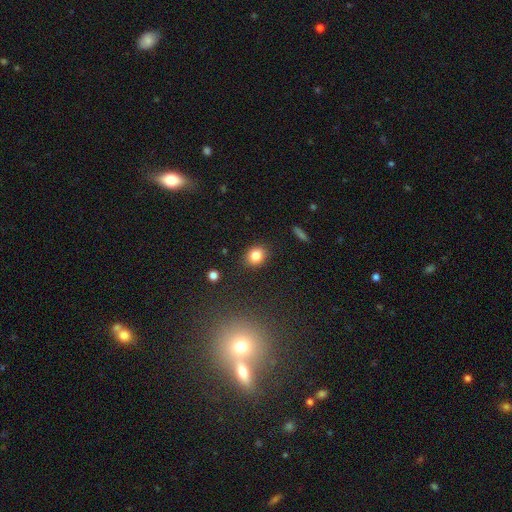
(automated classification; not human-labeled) Q: Smooth or featured?
A: smooth (82%); runner-up: star or artifact (10%)
Q: How rounded?
A: round (62%); runner-up: in between (37%)
Q: Merging?
A: none (87%); runner-up: minor disturbance (9%)